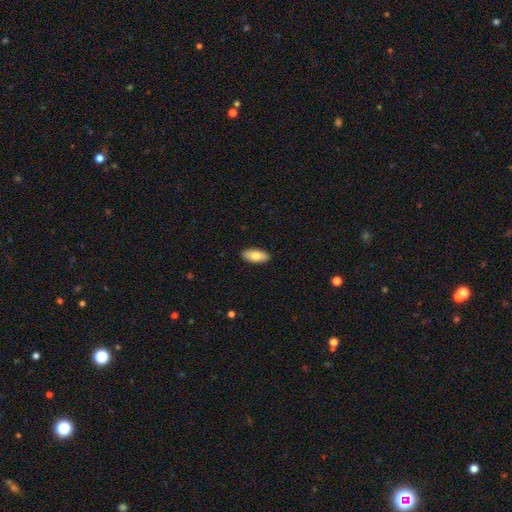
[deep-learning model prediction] A smooth galaxy with no disk features (82%) that is in between round and cigar-shaped (85%).

Vote fractions:
- Smooth or featured? smooth: 82% / featured or disk: 12% / star or artifact: 6%
- How rounded? in between: 85% / cigar-shaped: 13% / round: 2%
- Merging? none: 90% / minor disturbance: 8% / major disturbance: 2% / merger: 1%